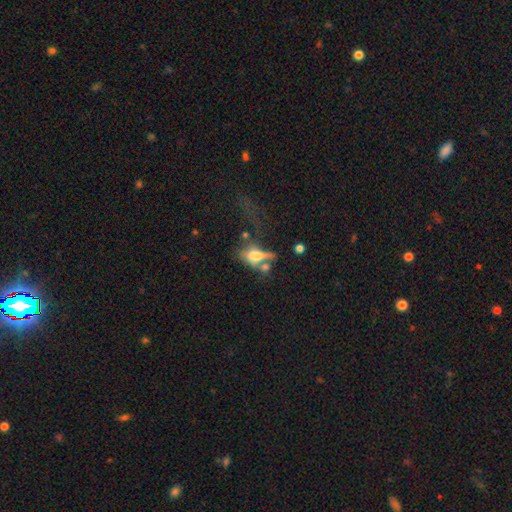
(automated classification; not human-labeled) The model was most divided on "merging": merger: 37%, major disturbance: 31%, none: 19%, minor disturbance: 13%. More confident: how rounded — in between (73%); smooth or featured — smooth (53%).